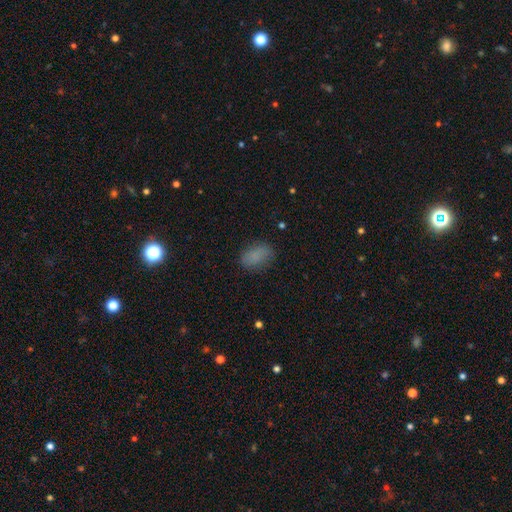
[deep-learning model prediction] Overall: smooth (84%). How rounded: in between (88%). Merging: none (79%).